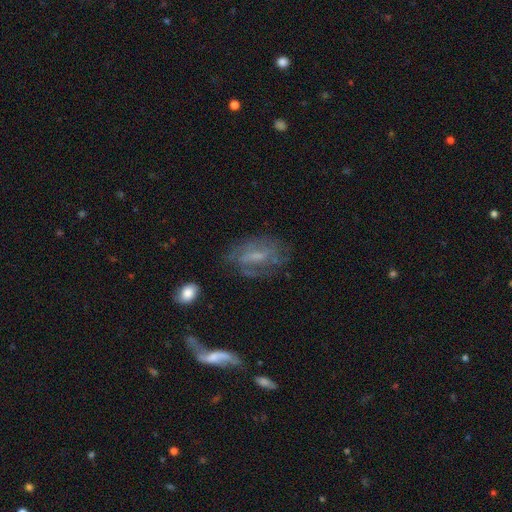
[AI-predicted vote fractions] Q: Smooth or featured?
A: featured or disk (59%); runner-up: smooth (30%)
Q: Edge-on disk?
A: no (93%); runner-up: yes (7%)
Q: Bar?
A: weak (48%); runner-up: no (35%)
Q: Spiral arms?
A: yes (67%); runner-up: no (33%)
Q: Bulge size?
A: small (43%); runner-up: moderate (27%)
Q: Merging?
A: none (57%); runner-up: minor disturbance (23%)